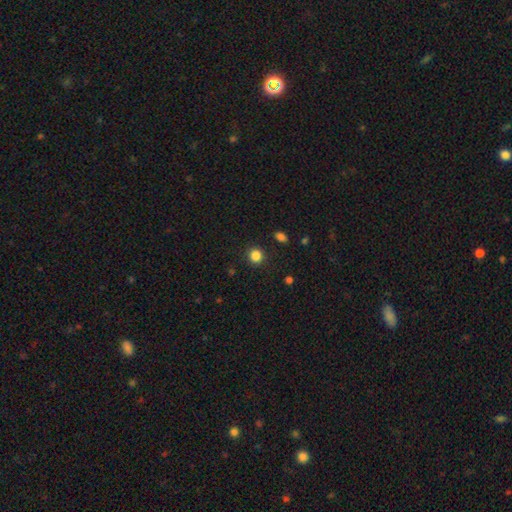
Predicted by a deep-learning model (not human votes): Q: Smooth or featured?
A: smooth (84%); runner-up: star or artifact (12%)
Q: How rounded?
A: round (88%); runner-up: in between (11%)
Q: Merging?
A: none (90%); runner-up: minor disturbance (6%)